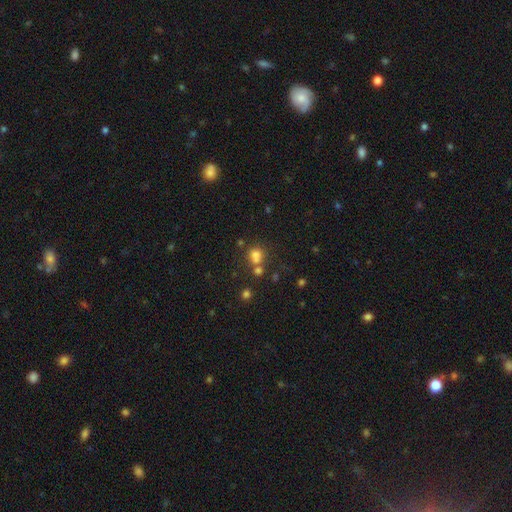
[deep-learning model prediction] A smooth galaxy with no disk features (72%) that is round (78%).

Vote fractions:
- Smooth or featured? smooth: 72% / star or artifact: 18% / featured or disk: 10%
- How rounded? round: 78% / in between: 21% / cigar-shaped: 1%
- Merging? none: 48% / merger: 36% / minor disturbance: 10% / major disturbance: 6%